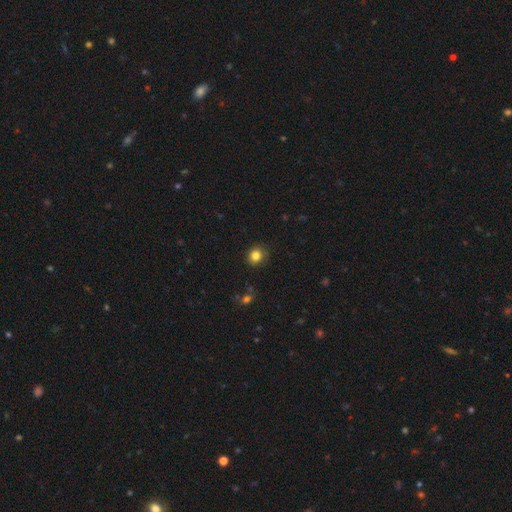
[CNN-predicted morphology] type=smooth (83%); roundness=round (83%); merging=none (86%).